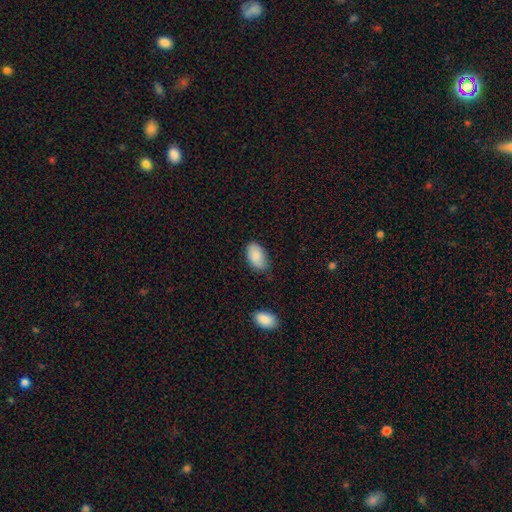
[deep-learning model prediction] smooth 86%, featured or disk 7%, star or artifact 7%. Down the decision tree: how rounded — in between (94%); merging — none (71%).